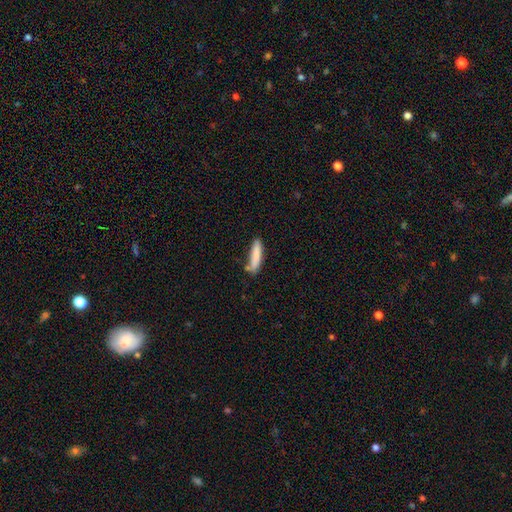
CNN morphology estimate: smooth-or-featured: smooth: 83% | featured or disk: 11% | star or artifact: 6%
  how-rounded: cigar-shaped: 81% | in between: 17% | round: 1%
  merging: none: 71% | minor disturbance: 18% | merger: 7% | major disturbance: 4%